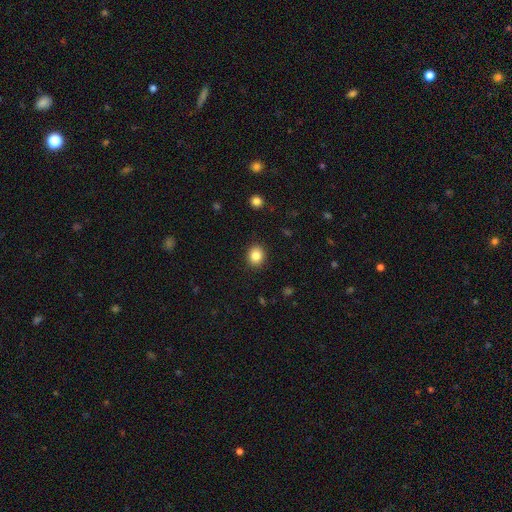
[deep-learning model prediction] Overall: smooth (84%). How rounded: round (71%). Merging: none (90%).